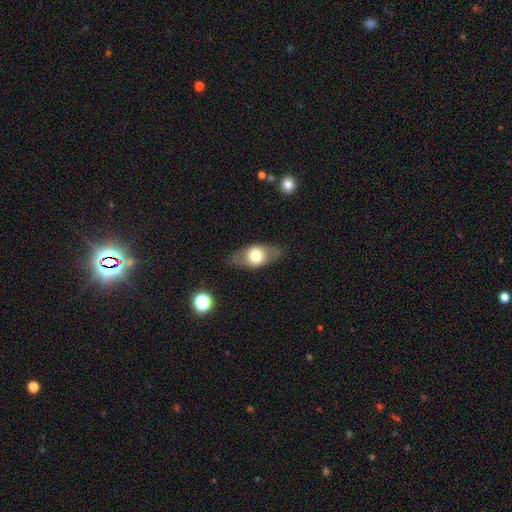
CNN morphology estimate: Smooth or featured? smooth (59%)
How rounded? in between (78%)
Merging? none (80%)